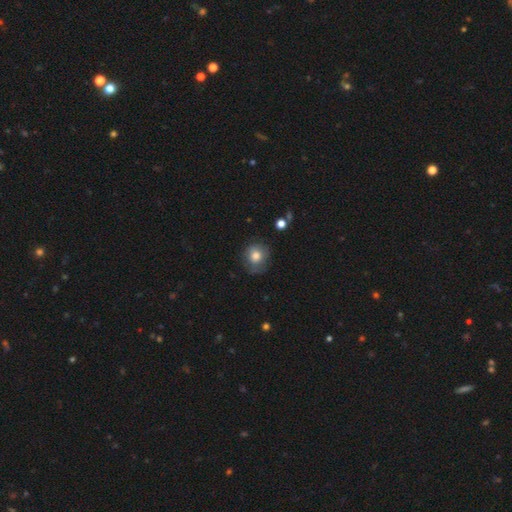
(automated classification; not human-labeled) A smooth galaxy with no disk features (76%) that is round (82%).

Vote fractions:
- Smooth or featured? smooth: 76% / featured or disk: 14% / star or artifact: 9%
- How rounded? round: 82% / in between: 17% / cigar-shaped: 1%
- Merging? none: 68% / minor disturbance: 22% / major disturbance: 8% / merger: 2%